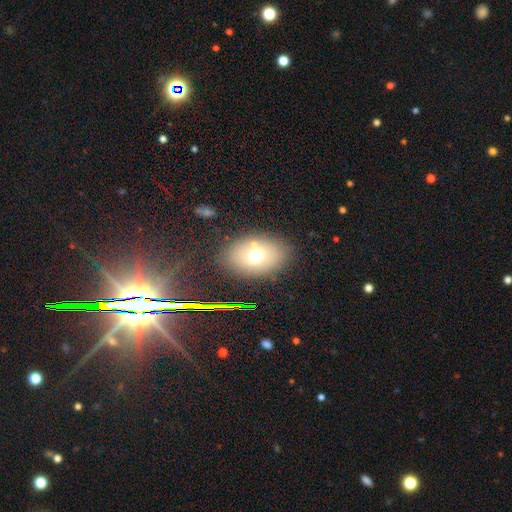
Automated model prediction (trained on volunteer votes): smooth_or_featured: smooth (p=0.66) [alt: featured or disk p=0.19]
how_rounded: in between (p=0.73) [alt: round p=0.26]
merging: none (p=0.75) [alt: minor disturbance p=0.12]